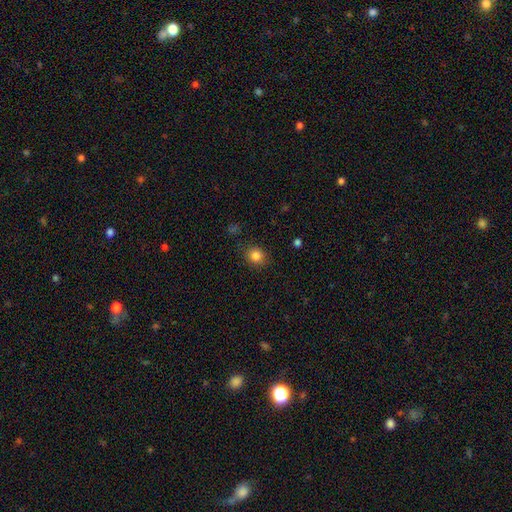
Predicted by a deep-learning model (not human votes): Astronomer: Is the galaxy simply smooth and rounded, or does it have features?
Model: smooth — 84%.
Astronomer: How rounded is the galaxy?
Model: round — 73%.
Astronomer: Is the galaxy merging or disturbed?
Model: none — 86%.